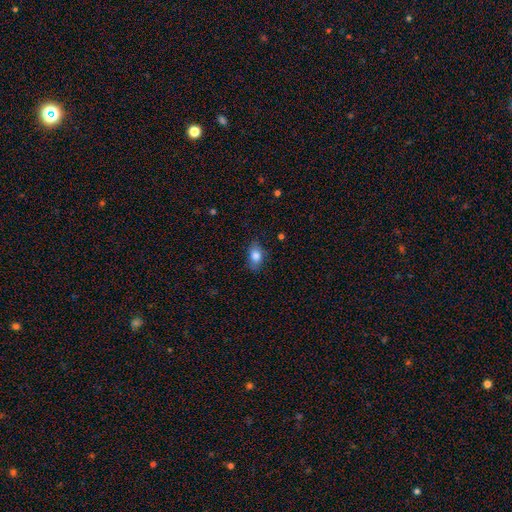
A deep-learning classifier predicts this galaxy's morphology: Overall: smooth (82%). How rounded: in between (85%). Merging: none (79%).